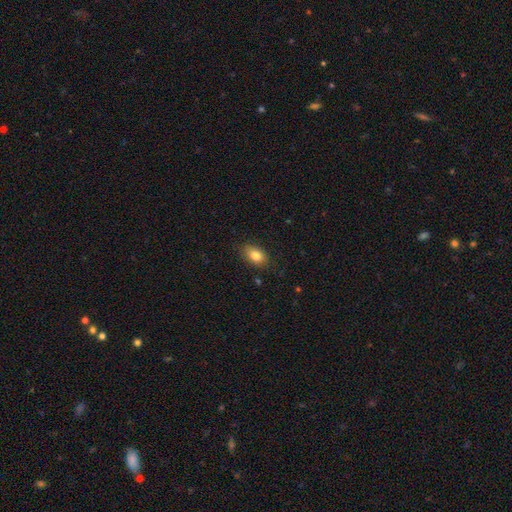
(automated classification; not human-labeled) smooth_or_featured: smooth (p=0.83) [alt: featured or disk p=0.09]
how_rounded: in between (p=0.87) [alt: round p=0.11]
merging: none (p=0.83) [alt: minor disturbance p=0.13]